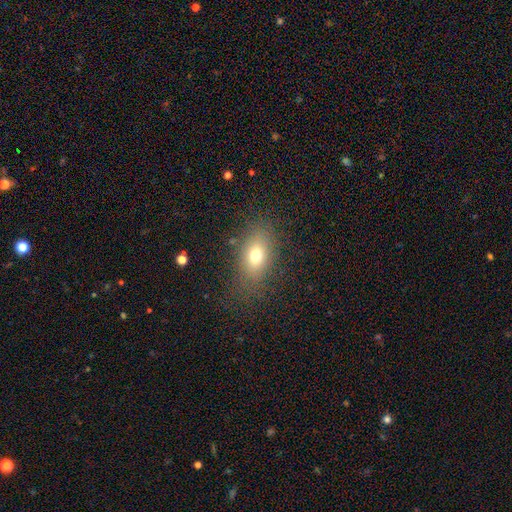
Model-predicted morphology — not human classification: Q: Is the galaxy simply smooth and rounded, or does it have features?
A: smooth — 71%.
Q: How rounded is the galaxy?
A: in between — 80%.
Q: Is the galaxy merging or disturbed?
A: none — 79%.